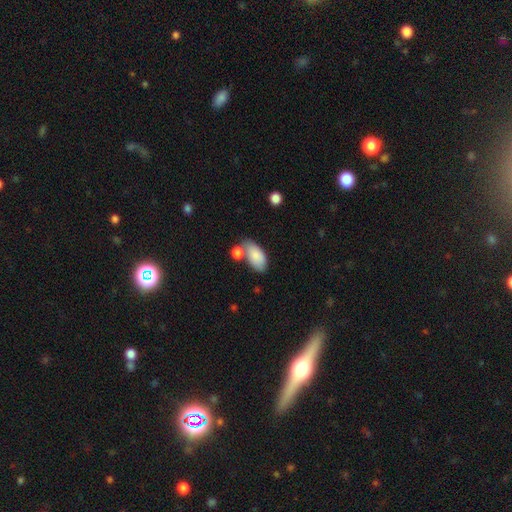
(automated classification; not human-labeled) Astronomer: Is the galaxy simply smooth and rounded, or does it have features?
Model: smooth — 85%.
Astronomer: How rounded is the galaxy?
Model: in between — 94%.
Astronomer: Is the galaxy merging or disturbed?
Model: none — 49% (runner-up: merger, 28%).